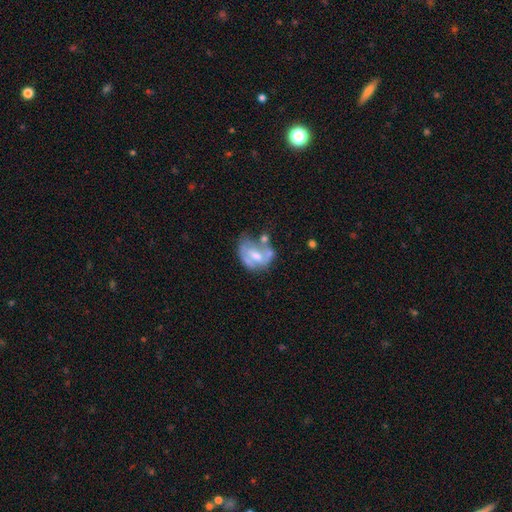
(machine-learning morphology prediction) Smooth or featured: featured or disk — 59% (smooth — 33%)
Edge-on disk: no — 97% (yes — 3%)
Bar: no — 50% (weak — 37%)
Spiral arms: no — 60% (yes — 40%)
Bulge size: moderate — 52% (small — 27%)
Merging: none — 28% (major disturbance — 25%)